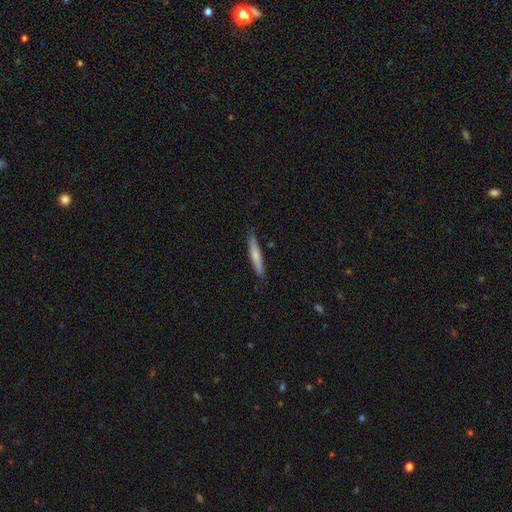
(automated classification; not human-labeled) The model was most divided on "smooth or featured": smooth: 64%, featured or disk: 30%, star or artifact: 6%. More confident: how rounded — cigar-shaped (93%); merging — none (85%).